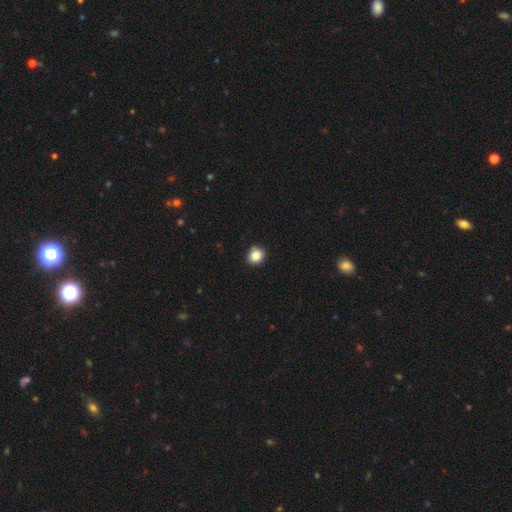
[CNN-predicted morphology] Smooth or featured: smooth — 85% (star or artifact — 10%)
How rounded: round — 78% (in between — 21%)
Merging: none — 85% (minor disturbance — 11%)